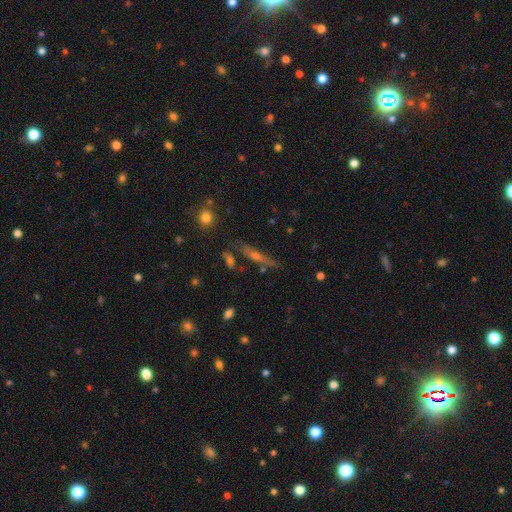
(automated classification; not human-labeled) The model was most divided on "smooth or featured": featured or disk: 54%, smooth: 30%, star or artifact: 16%. More confident: edge-on disk — yes (88%); merging — none (73%).